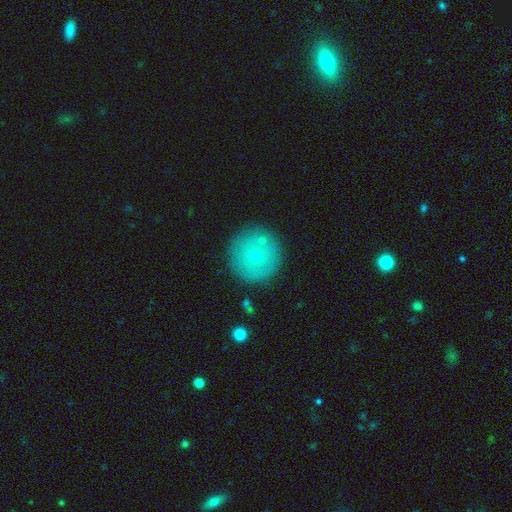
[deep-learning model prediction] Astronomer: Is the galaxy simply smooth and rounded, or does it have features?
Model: smooth — 66%.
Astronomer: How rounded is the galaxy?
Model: round — 96%.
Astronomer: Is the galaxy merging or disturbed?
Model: none — 86%.